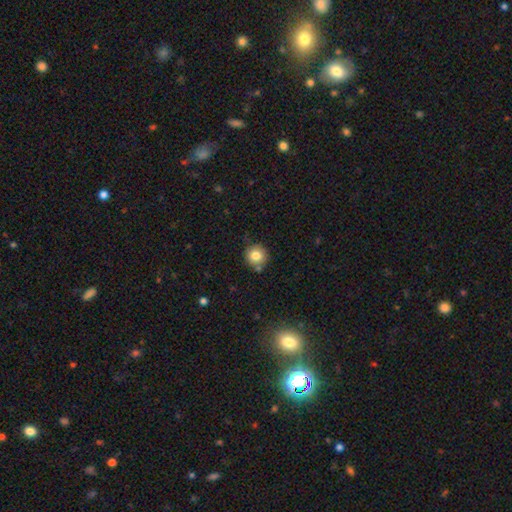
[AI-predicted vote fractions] Morphology: type=smooth (80%); roundness=round (94%); merging=none (80%).